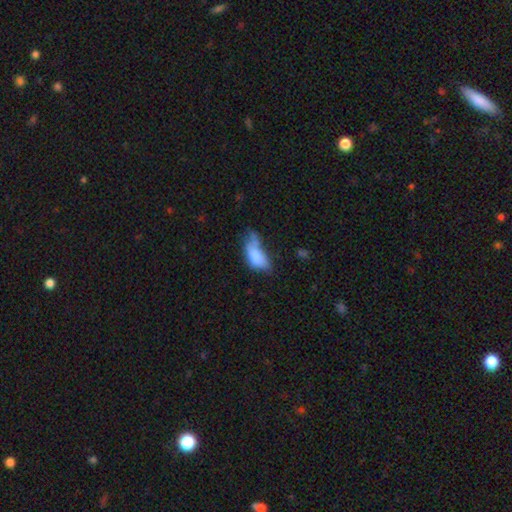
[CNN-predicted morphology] smooth 74%, featured or disk 17%, star or artifact 9%. Down the decision tree: how rounded — in between (89%); merging — minor disturbance (31%).